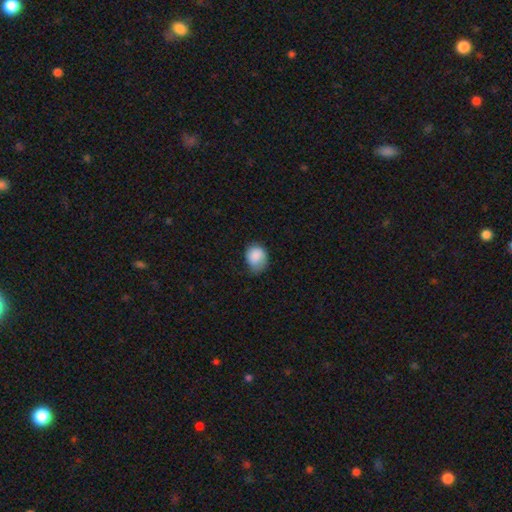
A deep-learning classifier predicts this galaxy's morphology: smooth 86%, star or artifact 8%, featured or disk 6%. Down the decision tree: how rounded — round (56%); merging — none (47%).